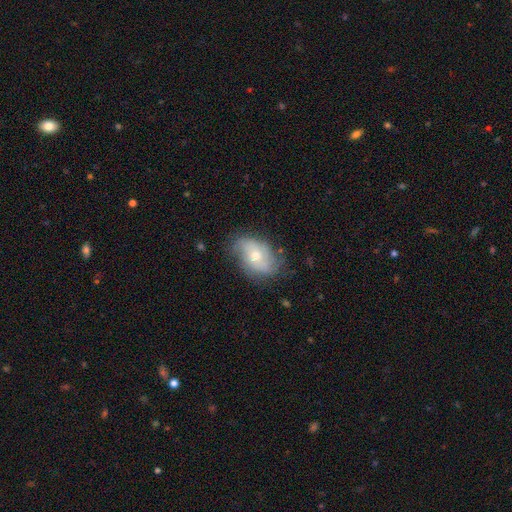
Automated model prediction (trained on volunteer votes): smooth_or_featured: featured or disk (p=0.49) [alt: smooth p=0.43]
merging: none (p=0.65) [alt: minor disturbance p=0.25]